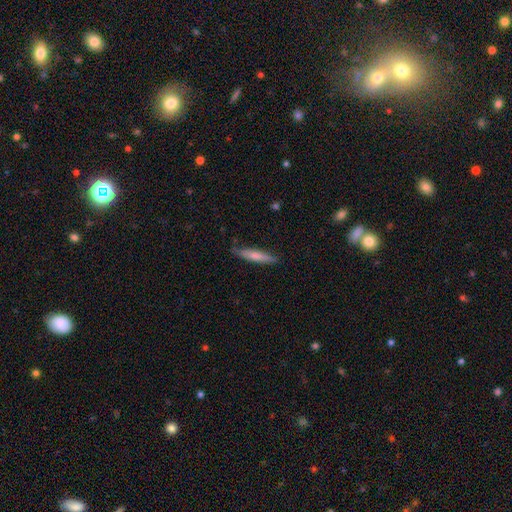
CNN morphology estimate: smooth 67%, featured or disk 27%, star or artifact 5%. Down the decision tree: how rounded — cigar-shaped (87%); merging — none (81%).